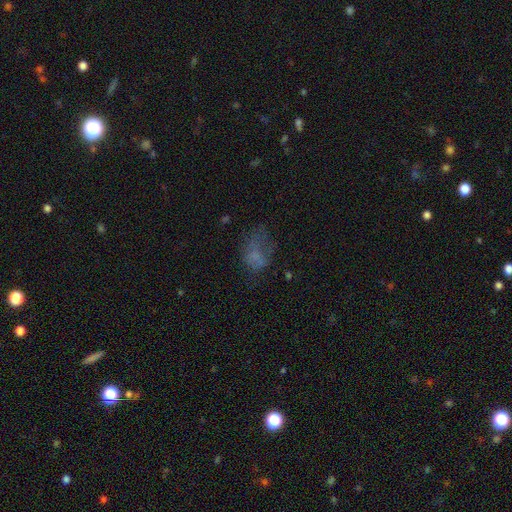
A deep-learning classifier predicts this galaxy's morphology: type=smooth (53%); roundness=in between (76%); merging=major disturbance (39%).